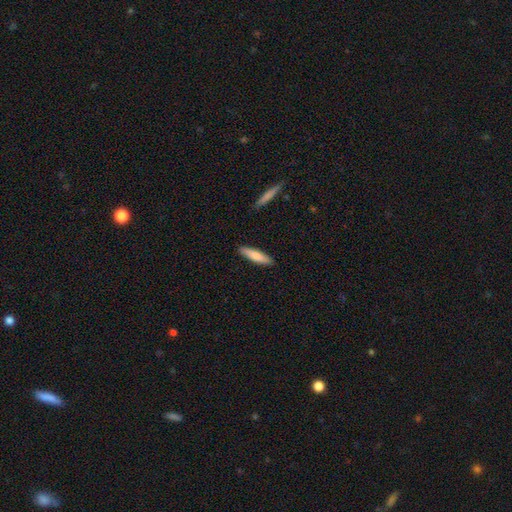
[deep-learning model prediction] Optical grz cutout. It shows a smooth galaxy with no disk features (75%) that is cigar-shaped (78%). Merging: none (90%).